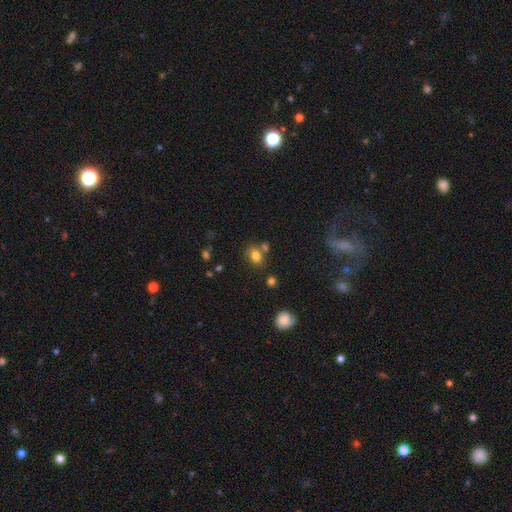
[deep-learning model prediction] Smooth or featured? Predicted: smooth (p=0.80). How rounded? Predicted: in between (p=0.65). Merging? Predicted: none (p=0.62).